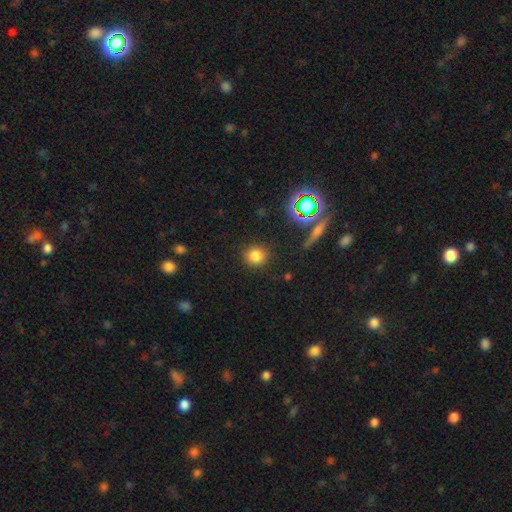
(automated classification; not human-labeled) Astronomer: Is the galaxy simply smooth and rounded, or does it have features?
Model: smooth — 79%.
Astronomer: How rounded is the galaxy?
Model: round — 87%.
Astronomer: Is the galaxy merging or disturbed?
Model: none — 87%.